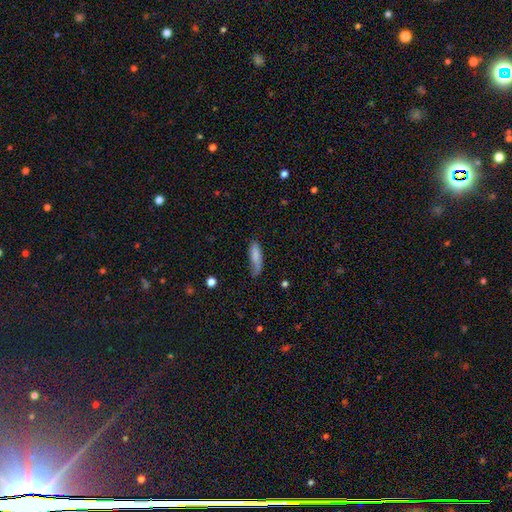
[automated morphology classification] Smooth or featured? Predicted: smooth (p=0.80). How rounded? Predicted: cigar-shaped (p=0.52). Merging? Predicted: none (p=0.50).